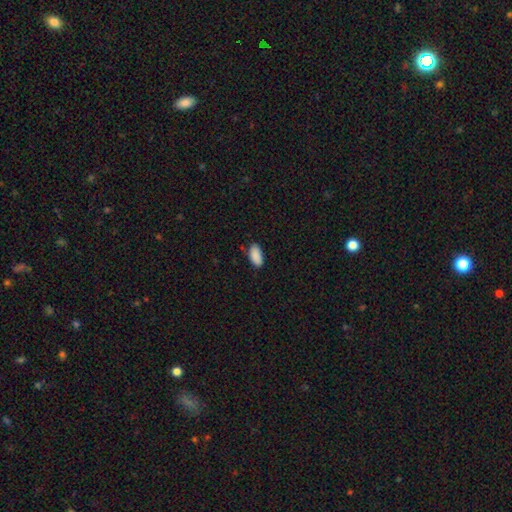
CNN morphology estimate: Q: Smooth or featured?
A: smooth (90%); runner-up: star or artifact (7%)
Q: How rounded?
A: in between (92%); runner-up: cigar-shaped (6%)
Q: Merging?
A: none (84%); runner-up: minor disturbance (12%)